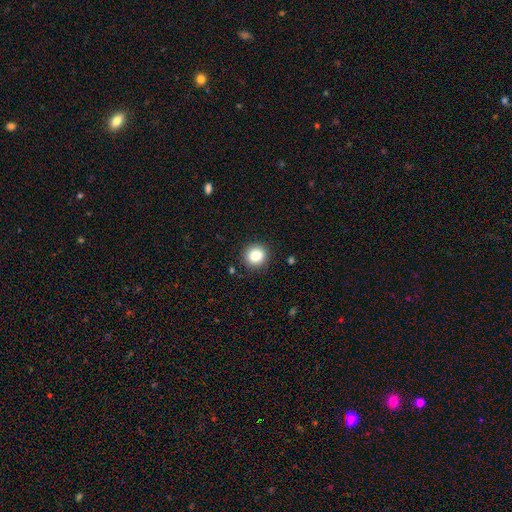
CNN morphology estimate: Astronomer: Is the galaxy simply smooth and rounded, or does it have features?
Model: smooth — 83%.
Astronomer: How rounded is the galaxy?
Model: round — 89%.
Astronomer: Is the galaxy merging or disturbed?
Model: none — 91%.